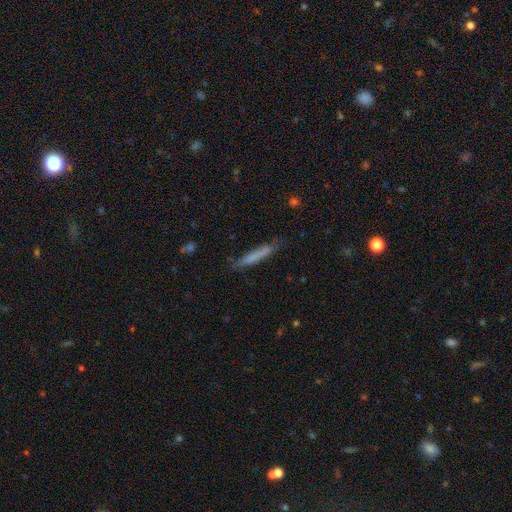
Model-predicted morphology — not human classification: This appears to be a smooth galaxy with no disk features (66%) that is cigar-shaped (94%). Merging: none (77%).